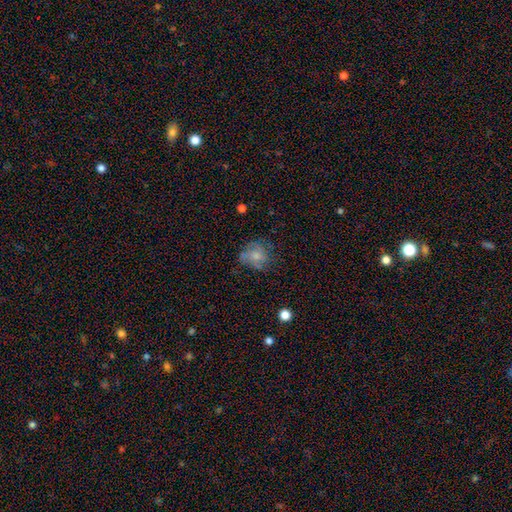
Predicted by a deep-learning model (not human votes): smooth-or-featured: smooth: 53% | featured or disk: 35% | star or artifact: 11%
  how-rounded: round: 66% | in between: 33% | cigar-shaped: 1%
  merging: none: 55% | minor disturbance: 24% | major disturbance: 19% | merger: 2%